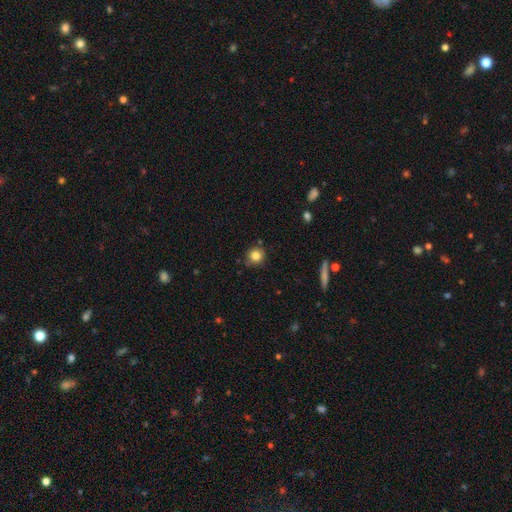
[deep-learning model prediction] Smooth or featured?
  - smooth: 82% *
  - star or artifact: 11%
  - featured or disk: 7%
How rounded?
  - round: 92% *
  - in between: 7%
  - cigar-shaped: 1%
Merging?
  - none: 84% *
  - minor disturbance: 10%
  - merger: 3%
  - major disturbance: 2%